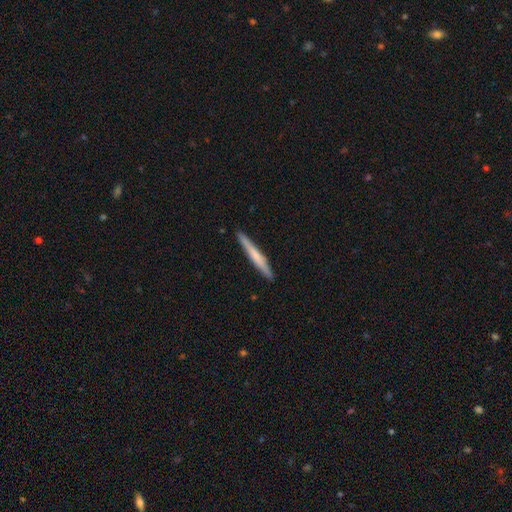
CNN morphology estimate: Q: Smooth or featured?
A: smooth (56%); runner-up: featured or disk (39%)
Q: How rounded?
A: cigar-shaped (96%); runner-up: in between (2%)
Q: Merging?
A: none (91%); runner-up: minor disturbance (7%)